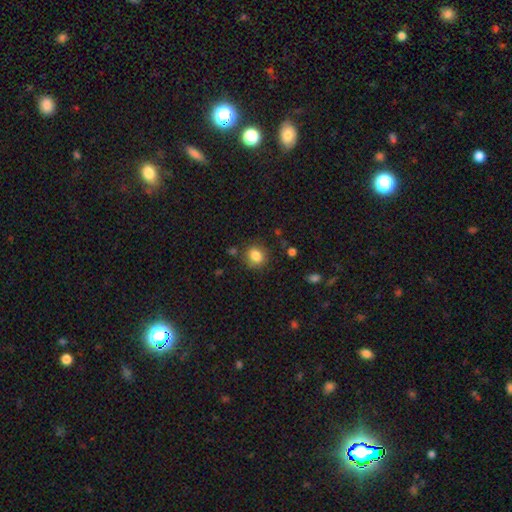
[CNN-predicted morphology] This is clearly a smooth galaxy (84%). How rounded: likely round (65%). Merging: clearly none (81%).